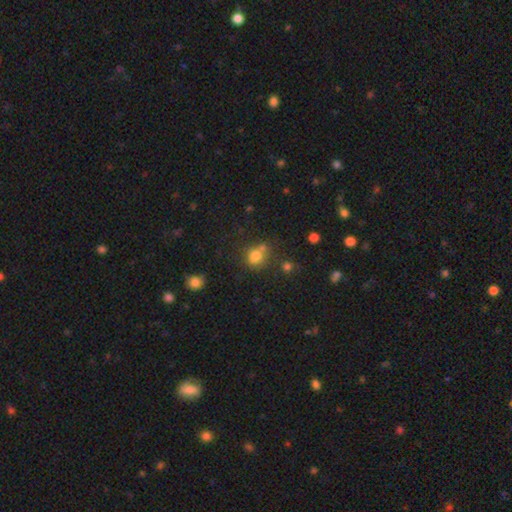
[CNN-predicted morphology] smooth-or-featured: smooth: 74% | star or artifact: 16% | featured or disk: 10%
  how-rounded: round: 70% | in between: 29% | cigar-shaped: 1%
  merging: none: 47% | merger: 32% | minor disturbance: 14% | major disturbance: 7%